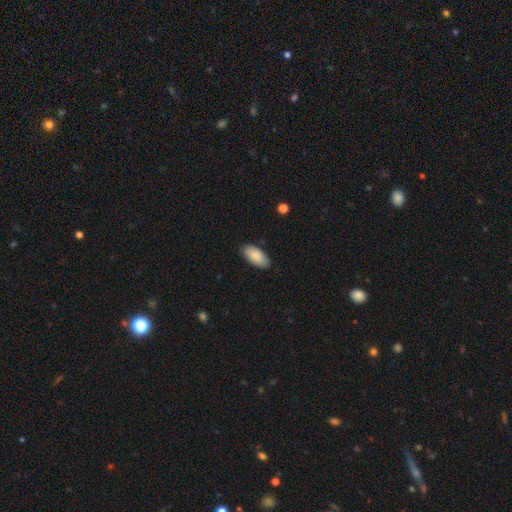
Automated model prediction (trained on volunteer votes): Morphology: type=smooth (86%); roundness=in between (93%); merging=none (86%).